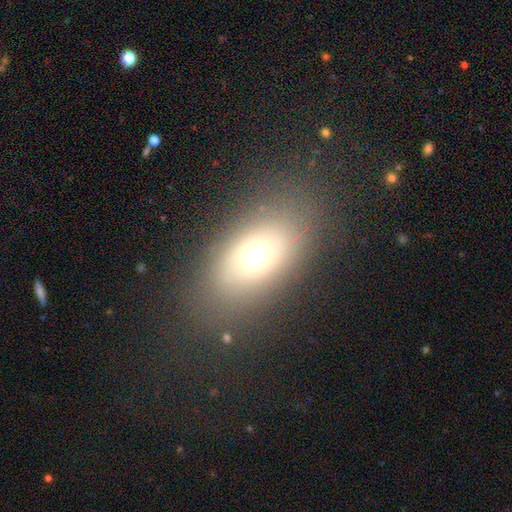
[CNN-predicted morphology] This is likely a smooth galaxy (63%). How rounded: clearly in between (82%). Merging: likely none (80%).